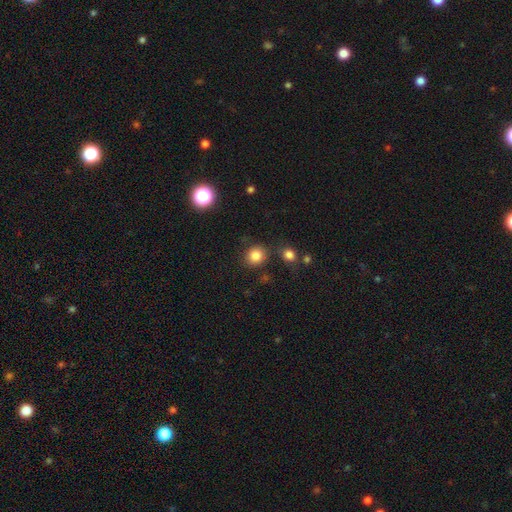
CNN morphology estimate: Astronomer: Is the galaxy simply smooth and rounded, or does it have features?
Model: smooth — 84%.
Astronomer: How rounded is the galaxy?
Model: round — 83%.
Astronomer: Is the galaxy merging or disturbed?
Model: none — 81%.